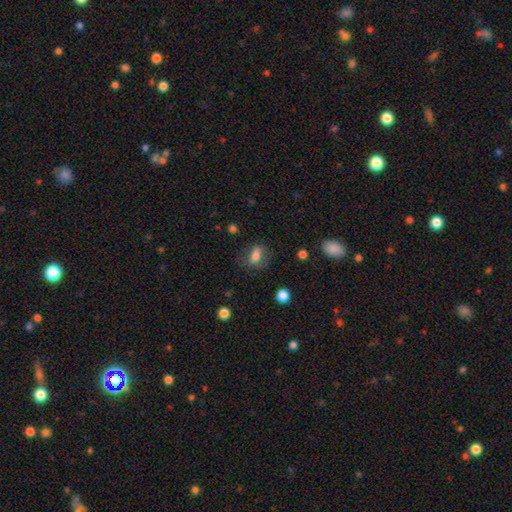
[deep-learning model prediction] Morphology: type=smooth (75%); roundness=in between (74%); merging=none (66%).